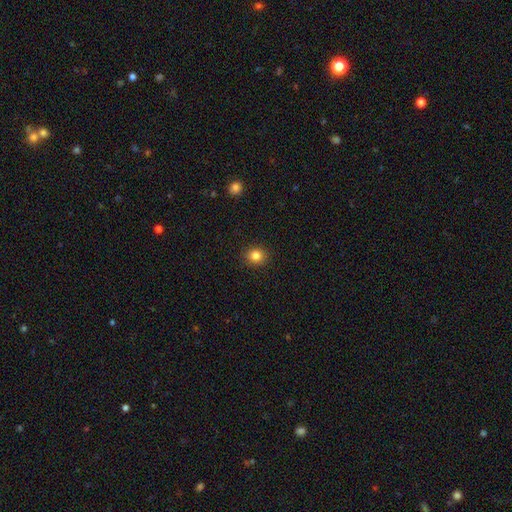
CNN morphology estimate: This is clearly a smooth galaxy (84%). How rounded: clearly round (80%). Merging: clearly none (91%).